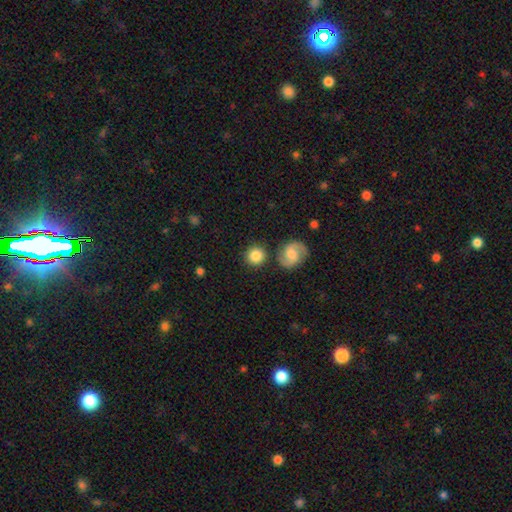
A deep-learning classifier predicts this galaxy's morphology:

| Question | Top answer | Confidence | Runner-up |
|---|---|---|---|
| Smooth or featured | smooth | 83% | featured or disk (11%) |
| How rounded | round | 91% | in between (8%) |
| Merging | none | 79% | minor disturbance (9%) |